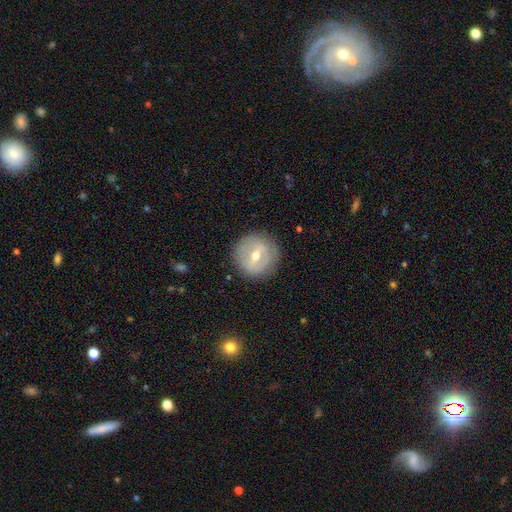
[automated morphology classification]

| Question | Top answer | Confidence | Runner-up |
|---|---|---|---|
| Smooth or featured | featured or disk | 62% | smooth (30%) |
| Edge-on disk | no | 92% | yes (8%) |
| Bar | weak | 44% | strong (42%) |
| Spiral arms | no | 68% | yes (32%) |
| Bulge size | moderate | 61% | small (36%) |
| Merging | none | 85% | minor disturbance (10%) |